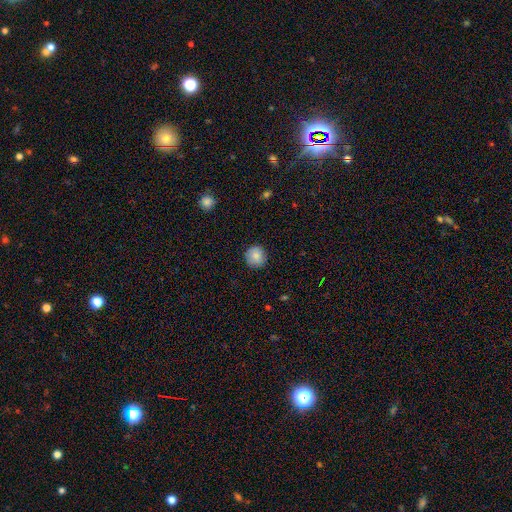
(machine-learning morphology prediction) smooth 85%, star or artifact 8%, featured or disk 7%. Down the decision tree: how rounded — round (93%); merging — none (88%).